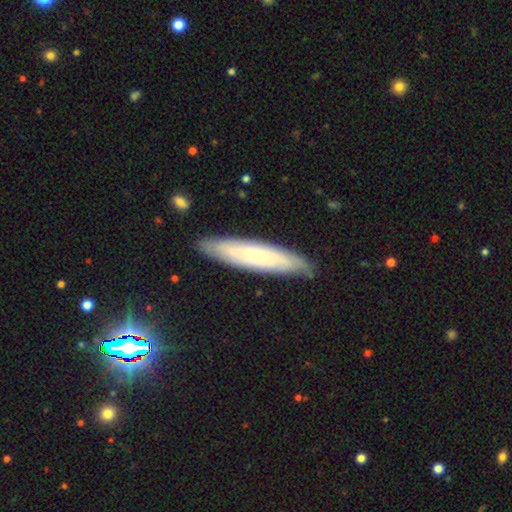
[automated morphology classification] A featured or disk galaxy (49%). Merging: none (86%).